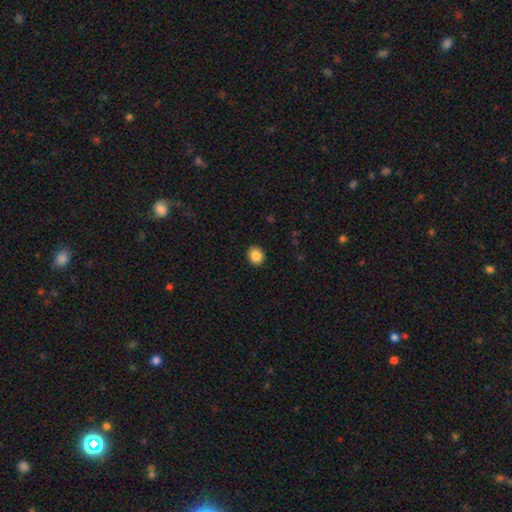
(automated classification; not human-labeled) Q: Smooth or featured?
A: smooth (87%); runner-up: star or artifact (9%)
Q: How rounded?
A: round (75%); runner-up: in between (24%)
Q: Merging?
A: none (92%); runner-up: minor disturbance (6%)